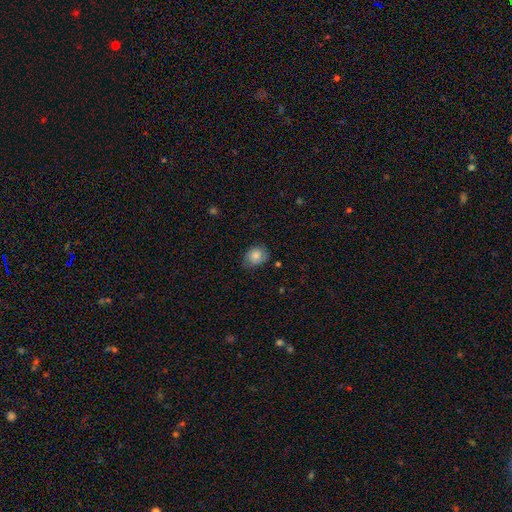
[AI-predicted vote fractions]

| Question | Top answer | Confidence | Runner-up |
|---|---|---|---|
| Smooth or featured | smooth | 79% | featured or disk (12%) |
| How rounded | in between | 51% | round (48%) |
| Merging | none | 66% | minor disturbance (27%) |